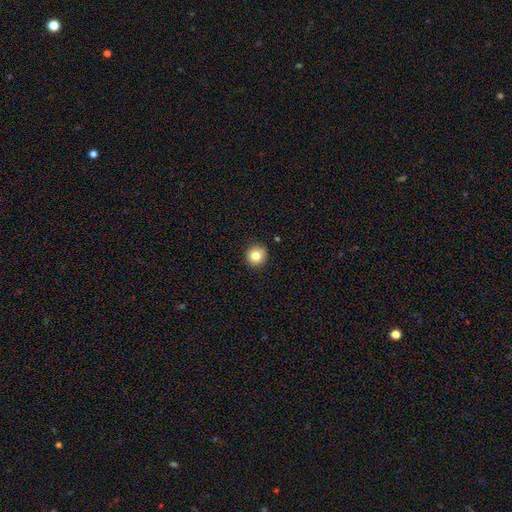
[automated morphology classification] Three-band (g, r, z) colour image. It shows a smooth galaxy with no disk features (82%) that is round (94%). Merging: none (91%).